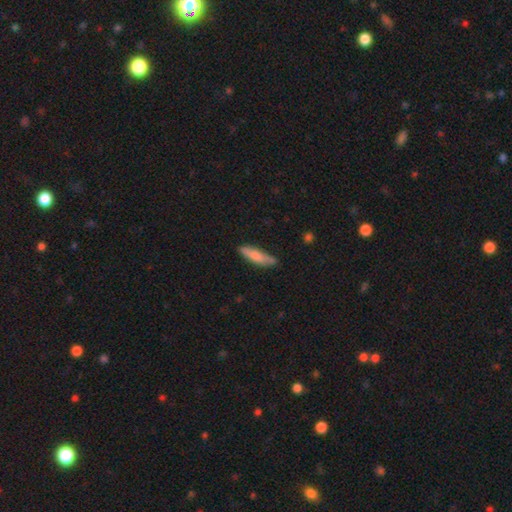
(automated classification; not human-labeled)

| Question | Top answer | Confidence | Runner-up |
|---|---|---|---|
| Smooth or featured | smooth | 77% | featured or disk (18%) |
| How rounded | cigar-shaped | 74% | in between (25%) |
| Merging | none | 79% | minor disturbance (16%) |